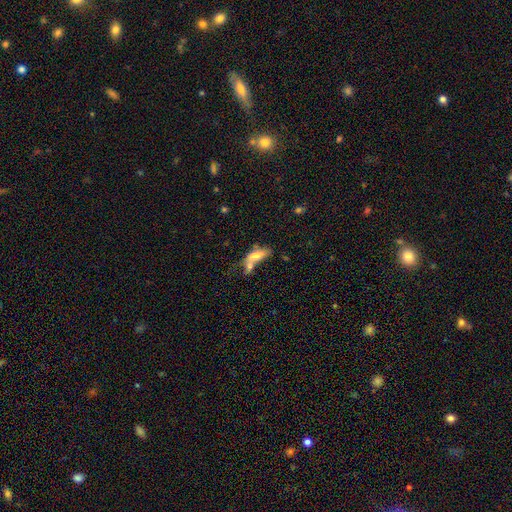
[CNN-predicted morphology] A smooth galaxy with no disk features (64%) that is in between round and cigar-shaped (66%).

Vote fractions:
- Smooth or featured? smooth: 64% / featured or disk: 28% / star or artifact: 8%
- How rounded? in between: 66% / cigar-shaped: 30% / round: 4%
- Merging? merger: 54% / none: 23% / minor disturbance: 13% / major disturbance: 10%